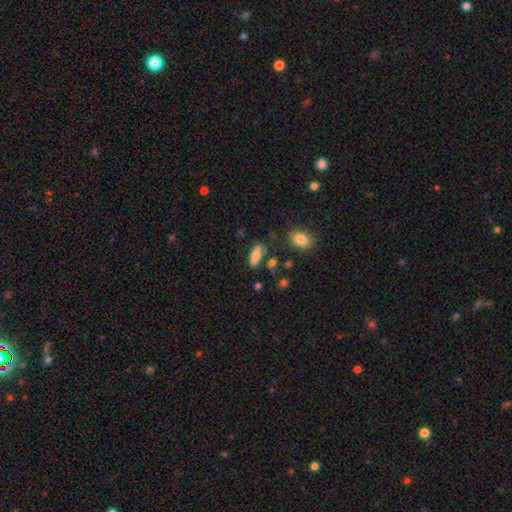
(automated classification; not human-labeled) A smooth galaxy with no disk features (80%) that is in between round and cigar-shaped (79%).

Vote fractions:
- Smooth or featured? smooth: 80% / featured or disk: 12% / star or artifact: 8%
- How rounded? in between: 79% / cigar-shaped: 18% / round: 2%
- Merging? none: 70% / minor disturbance: 18% / merger: 6% / major disturbance: 5%